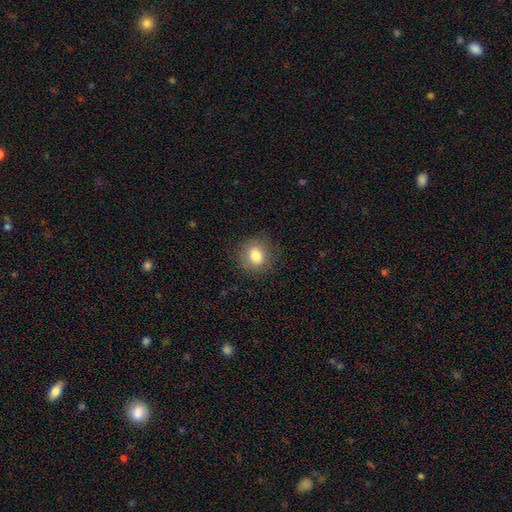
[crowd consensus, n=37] This appears to be a smooth galaxy with no disk features (78%) that is round (76%). Merging: none (69%).